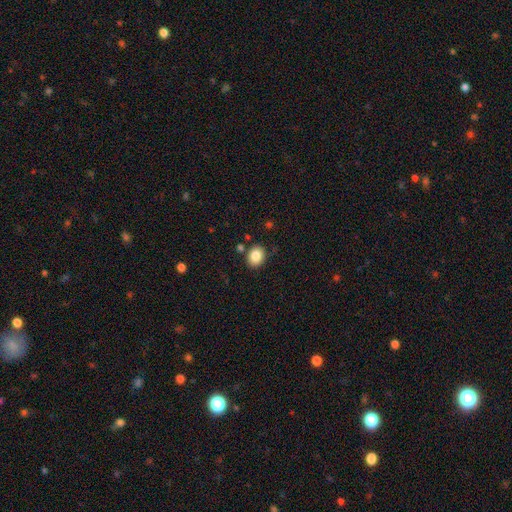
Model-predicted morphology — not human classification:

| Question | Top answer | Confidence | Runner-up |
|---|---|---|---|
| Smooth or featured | smooth | 85% | star or artifact (9%) |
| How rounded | round | 52% | in between (48%) |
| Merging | none | 82% | minor disturbance (10%) |